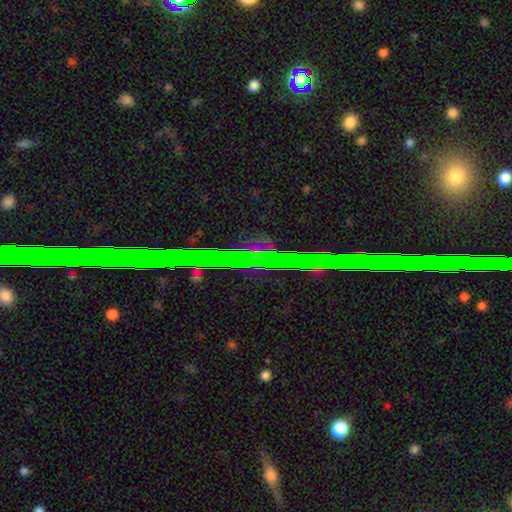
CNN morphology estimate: This is possibly a star or artifact rather than a galaxy (55%).